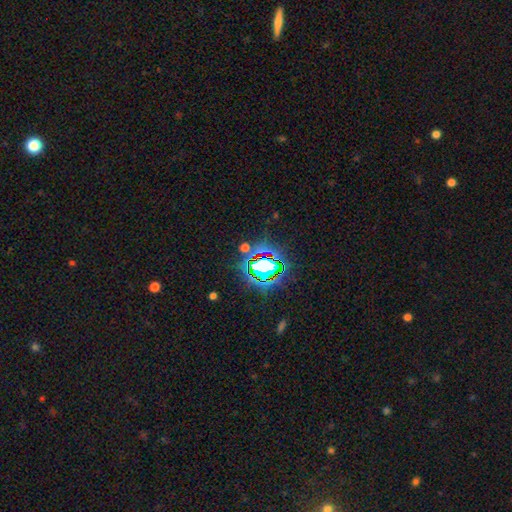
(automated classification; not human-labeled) smooth_or_featured: star or artifact (p=0.80) [alt: smooth p=0.12]